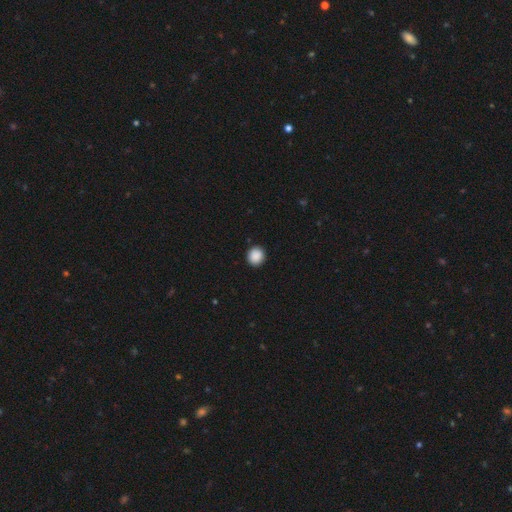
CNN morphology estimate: smooth_or_featured: smooth (p=0.89) [alt: star or artifact p=0.09]
how_rounded: round (p=0.89) [alt: in between p=0.10]
merging: none (p=0.92) [alt: minor disturbance p=0.06]